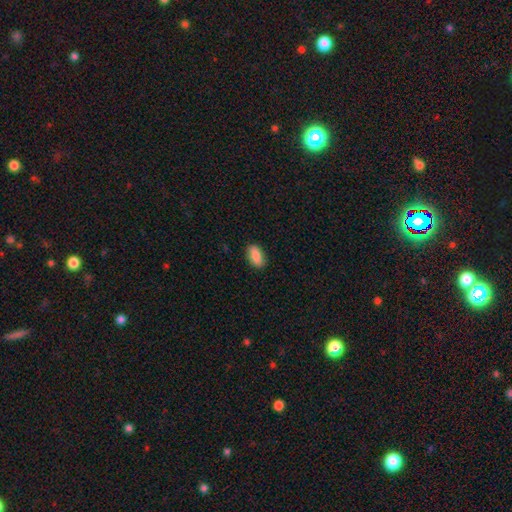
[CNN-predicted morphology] The model was most divided on "merging": none: 87%, minor disturbance: 10%, major disturbance: 2%, merger: 1%. More confident: how rounded — in between (90%); smooth or featured — smooth (87%).